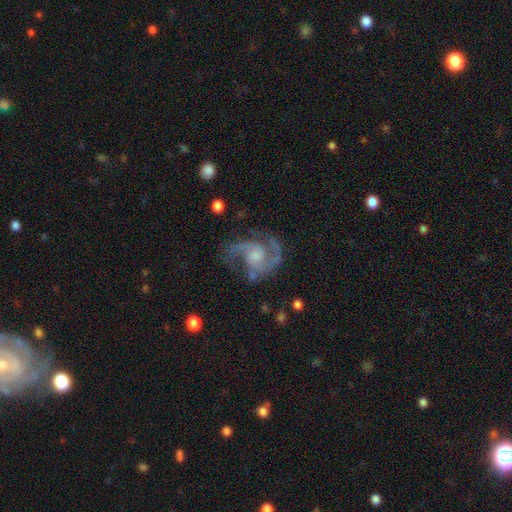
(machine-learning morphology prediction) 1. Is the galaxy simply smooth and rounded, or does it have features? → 90% featured or disk, 5% star or artifact, 4% smooth.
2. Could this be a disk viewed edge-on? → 98% no, 2% yes.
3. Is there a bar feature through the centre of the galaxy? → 61% no, 33% weak, 7% strong.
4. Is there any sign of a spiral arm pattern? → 98% yes, 2% no.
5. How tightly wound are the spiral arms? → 61% medium, 23% tight, 17% loose.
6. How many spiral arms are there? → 80% 2, 10% 3, 4% can't tell, 2% 1, 2% 4, 2% more than 4.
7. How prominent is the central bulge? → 45% small, 33% moderate, 16% none, 5% large, 1% dominant.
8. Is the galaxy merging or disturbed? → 69% none, 18% minor disturbance, 11% major disturbance, 2% merger.